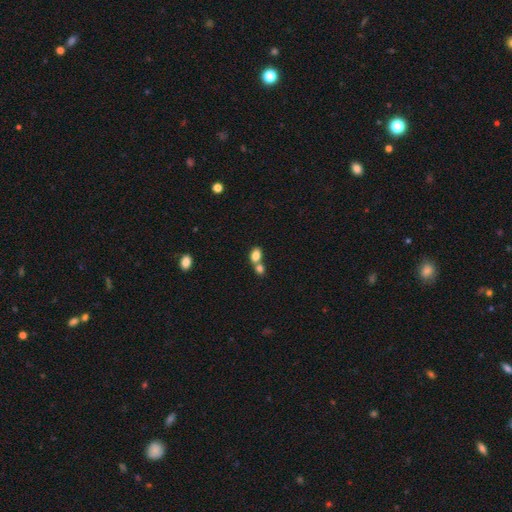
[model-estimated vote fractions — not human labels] Q: Smooth or featured?
A: smooth (81%); runner-up: star or artifact (10%)
Q: How rounded?
A: in between (72%); runner-up: round (26%)
Q: Merging?
A: merger (55%); runner-up: none (35%)